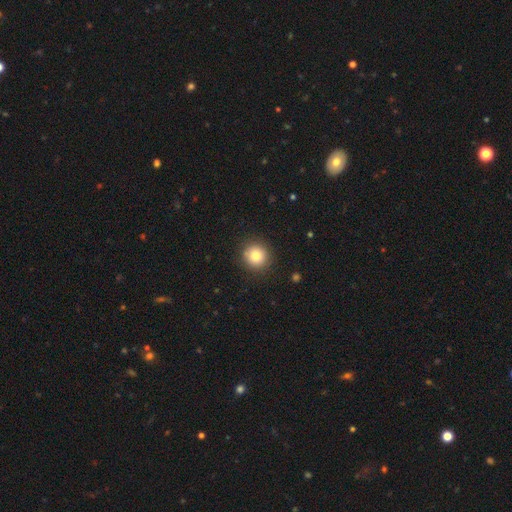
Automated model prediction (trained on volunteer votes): A smooth galaxy with no disk features (83%) that is round (93%). Merging: none (90%).